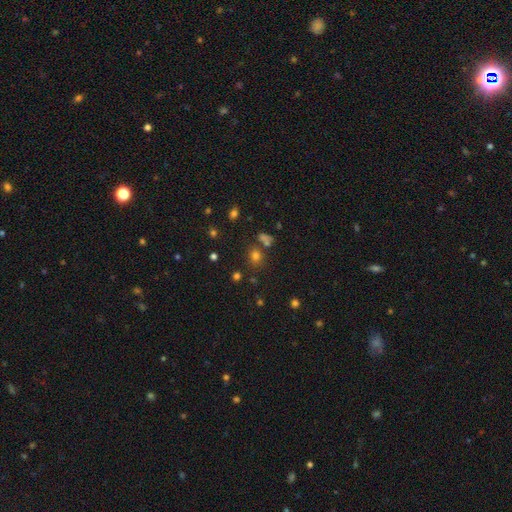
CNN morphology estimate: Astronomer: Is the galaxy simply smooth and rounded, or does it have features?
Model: smooth — 60%.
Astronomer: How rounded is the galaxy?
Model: round — 79%.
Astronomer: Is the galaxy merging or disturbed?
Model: none — 72%.